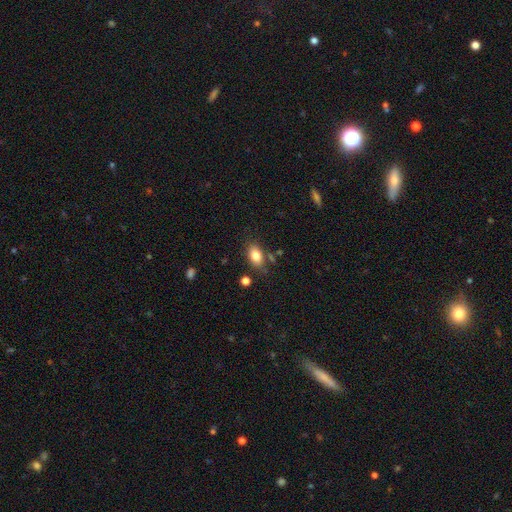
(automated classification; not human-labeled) Morphology: type=smooth (81%); roundness=in between (87%); merging=none (74%).